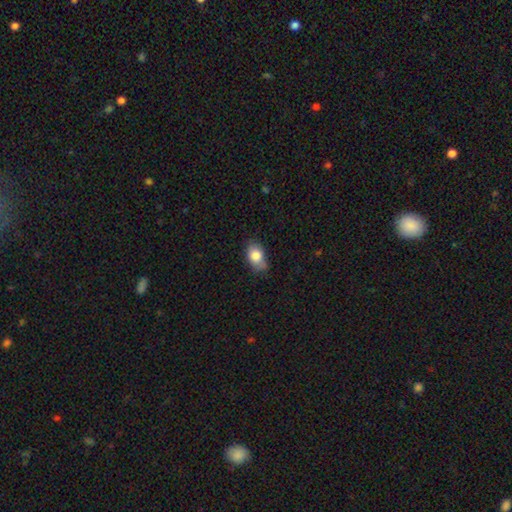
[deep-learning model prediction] This appears to be a smooth galaxy with no disk features (82%) that is in between round and cigar-shaped (85%). Merging: none (63%).